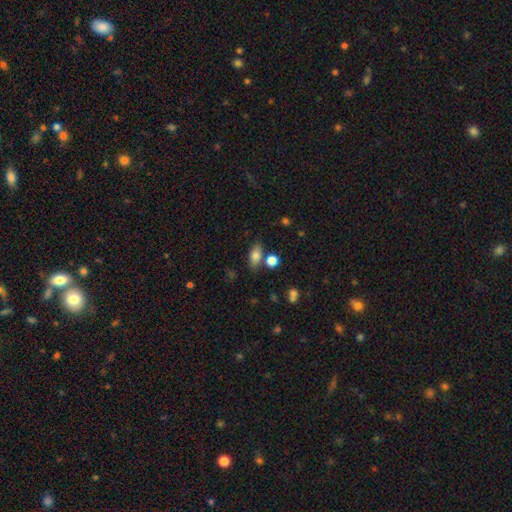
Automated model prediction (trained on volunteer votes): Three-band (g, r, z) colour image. It shows a smooth galaxy with no disk features (77%) that is in between round and cigar-shaped (79%). Merging: none (71%).